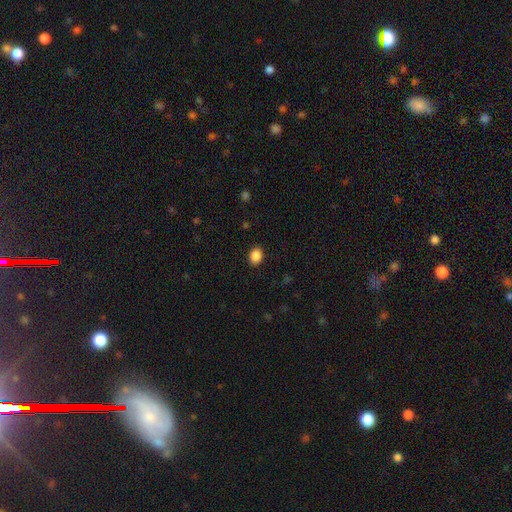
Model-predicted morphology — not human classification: The model was most divided on "how rounded": in between: 59%, round: 40%, cigar-shaped: 1%. More confident: merging — none (89%); smooth or featured — smooth (88%).